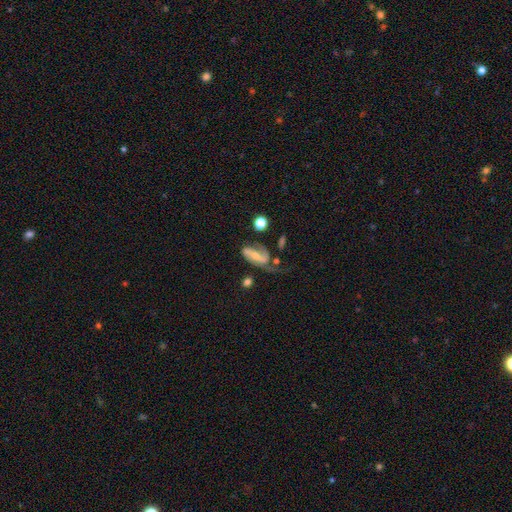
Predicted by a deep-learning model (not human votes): This is likely a featured or disk galaxy (71%). It is clearly not viewed edge-on (94%). Bar: marginally strong (39%). Spiral arm pattern: clearly yes (88%). Spiral arm count: likely 2 (74%). Spiral winding: possibly loose (51%). Central bulge: possibly small (52%). Merging: marginally major disturbance (35%).